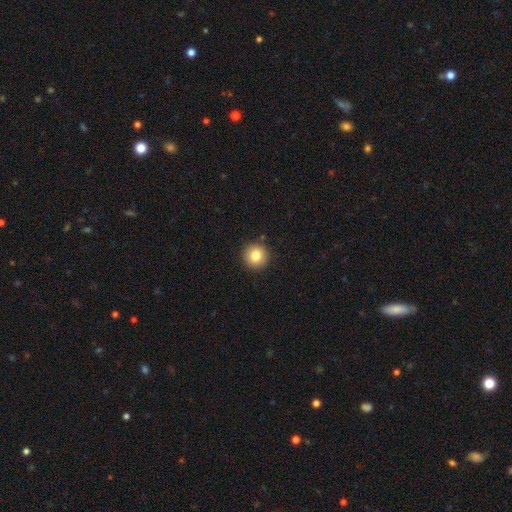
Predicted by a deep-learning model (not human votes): A smooth galaxy with no disk features (82%) that is round (95%). Merging: none (91%).